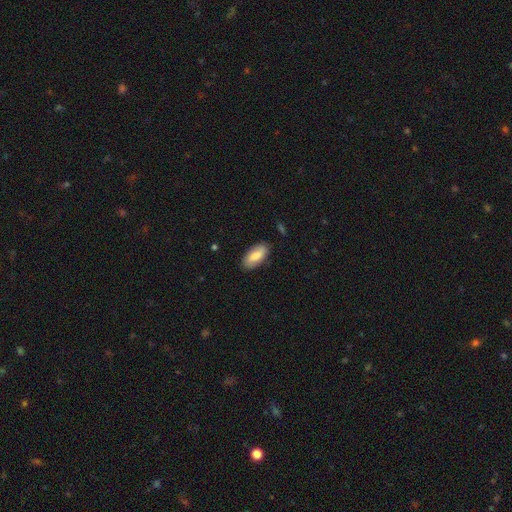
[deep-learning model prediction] Morphology: type=smooth (76%); roundness=in between (90%); merging=none (83%).